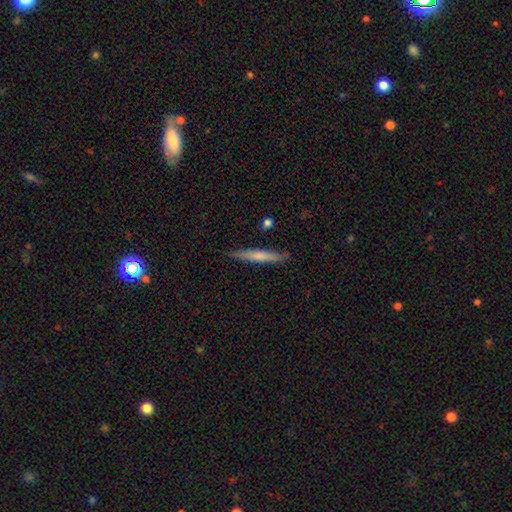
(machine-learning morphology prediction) smooth-or-featured: smooth: 61% | featured or disk: 33% | star or artifact: 6%
  how-rounded: cigar-shaped: 95% | in between: 4% | round: 1%
  merging: none: 87% | minor disturbance: 9% | major disturbance: 2% | merger: 2%